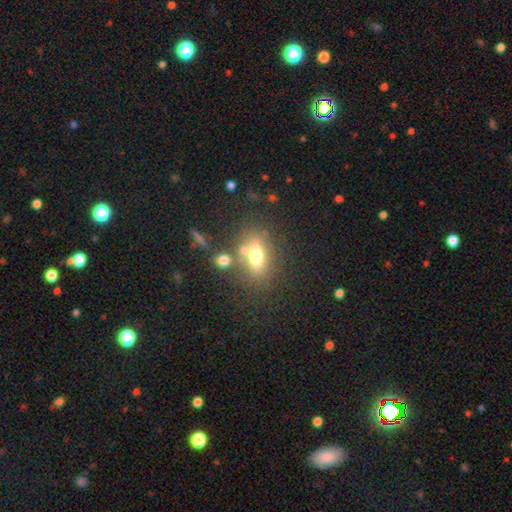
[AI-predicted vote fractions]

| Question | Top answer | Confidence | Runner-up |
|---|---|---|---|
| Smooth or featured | smooth | 64% | featured or disk (23%) |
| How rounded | in between | 74% | round (16%) |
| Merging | none | 60% | merger (20%) |